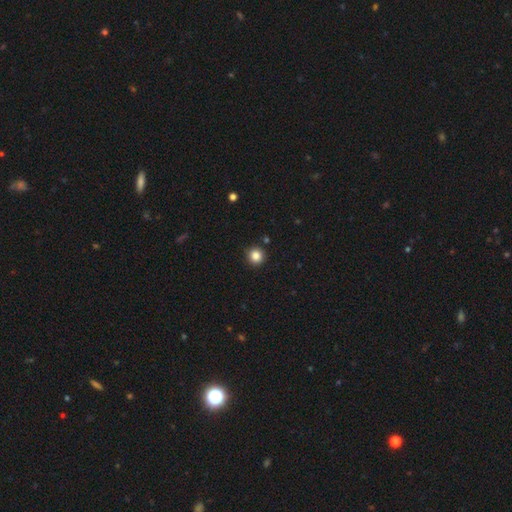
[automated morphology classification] smooth-or-featured: smooth: 84% | star or artifact: 11% | featured or disk: 5%
  how-rounded: round: 95% | in between: 4% | cigar-shaped: 1%
  merging: none: 91% | minor disturbance: 6% | merger: 2% | major disturbance: 2%